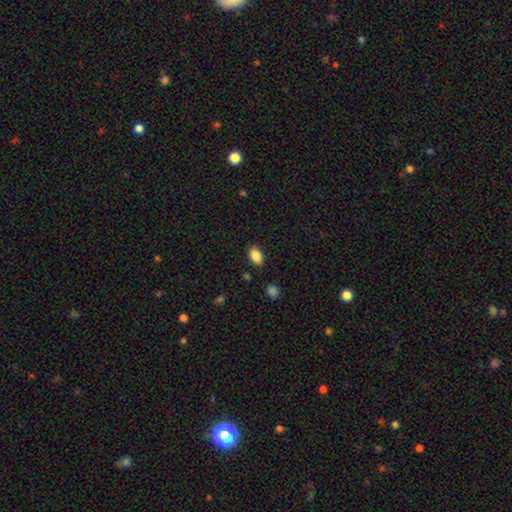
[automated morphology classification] smooth 86%, star or artifact 8%, featured or disk 6%. Down the decision tree: how rounded — in between (90%); merging — none (86%).